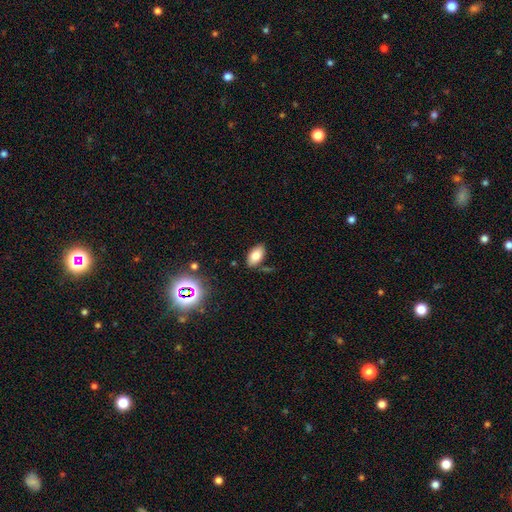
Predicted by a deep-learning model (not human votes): A smooth galaxy with no disk features (78%) that is in between round and cigar-shaped (93%).

Vote fractions:
- Smooth or featured? smooth: 78% / featured or disk: 11% / star or artifact: 11%
- How rounded? in between: 93% / round: 4% / cigar-shaped: 2%
- Merging? none: 80% / minor disturbance: 12% / merger: 4% / major disturbance: 3%